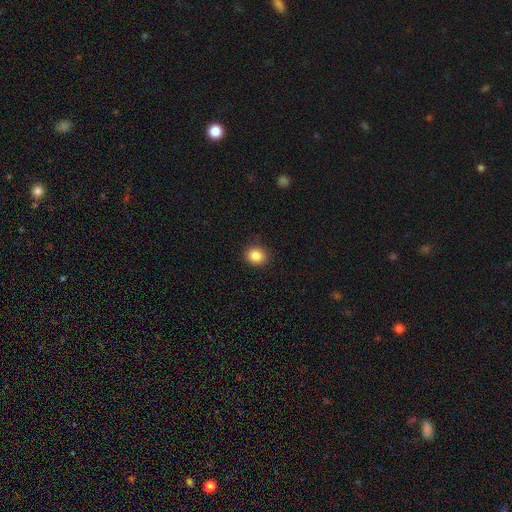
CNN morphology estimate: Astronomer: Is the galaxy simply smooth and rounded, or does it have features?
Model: smooth — 87%.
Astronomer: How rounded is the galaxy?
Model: round — 71%.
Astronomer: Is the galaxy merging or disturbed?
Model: none — 87%.